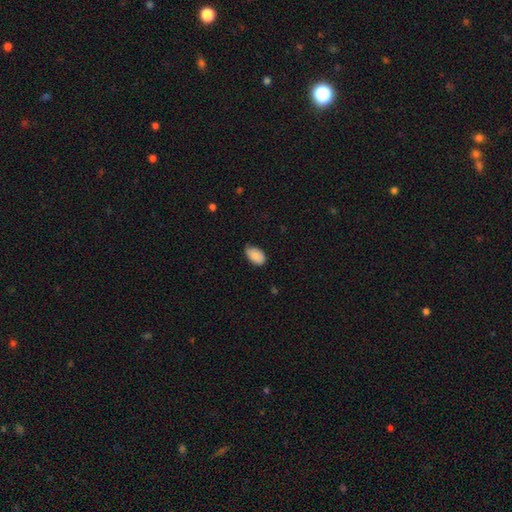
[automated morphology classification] This is clearly a smooth galaxy (86%). How rounded: clearly in between (94%). Merging: likely none (66%).